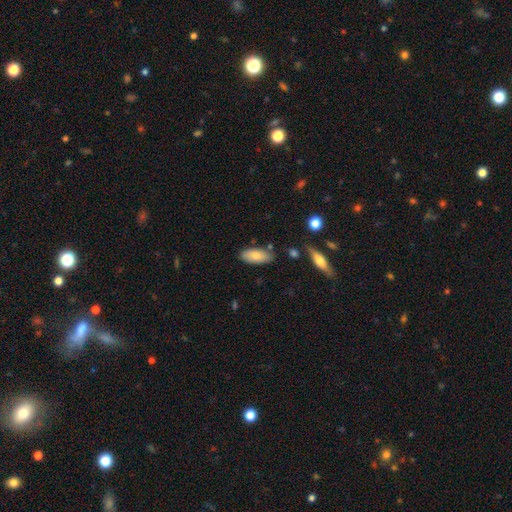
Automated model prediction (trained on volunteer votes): Smooth or featured?
  - smooth: 79% *
  - featured or disk: 15%
  - star or artifact: 6%
How rounded?
  - in between: 87% *
  - cigar-shaped: 11%
  - round: 2%
Merging?
  - none: 80% *
  - minor disturbance: 14%
  - merger: 4%
  - major disturbance: 3%